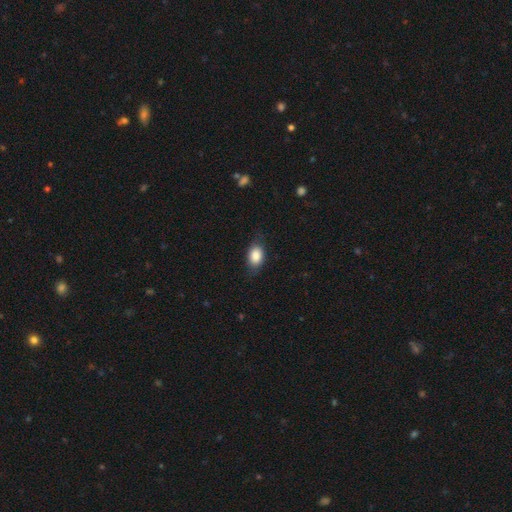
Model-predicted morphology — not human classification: Overall: smooth (85%). How rounded: in between (82%). Merging: none (76%).